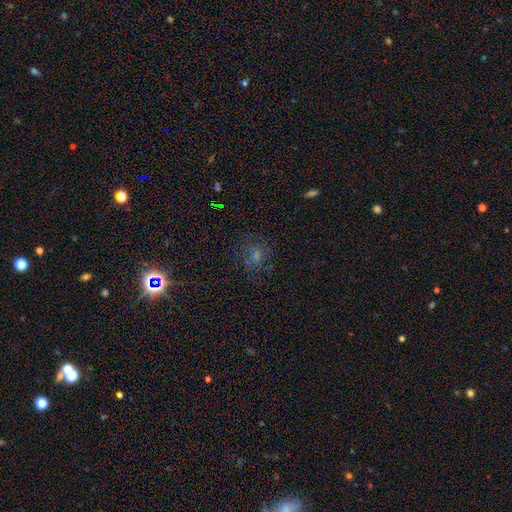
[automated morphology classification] The model was most divided on "smooth or featured": smooth: 42%, star or artifact: 35%, featured or disk: 23%. More confident: merging — none (67%).